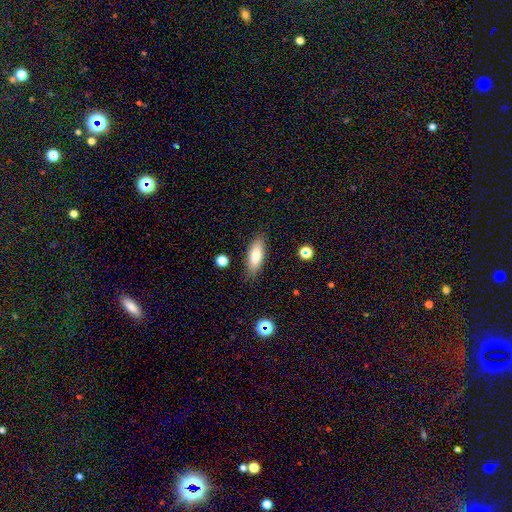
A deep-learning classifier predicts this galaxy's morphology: smooth-or-featured: smooth: 78% | featured or disk: 15% | star or artifact: 7%
  how-rounded: in between: 69% | cigar-shaped: 29% | round: 2%
  merging: none: 83% | minor disturbance: 12% | major disturbance: 3% | merger: 2%